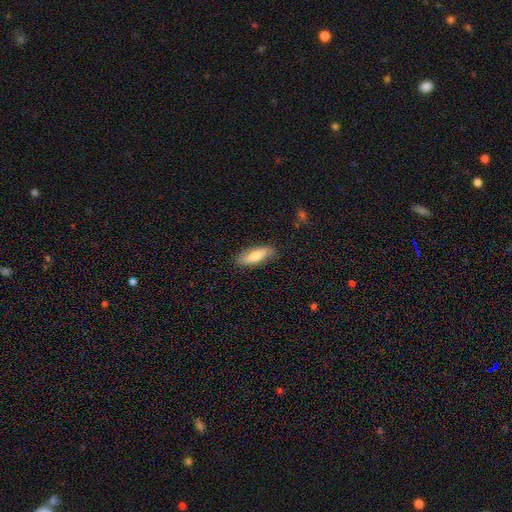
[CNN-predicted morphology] Smooth or featured? Predicted: smooth (p=0.68). How rounded? Predicted: in between (p=0.58). Merging? Predicted: none (p=0.81).